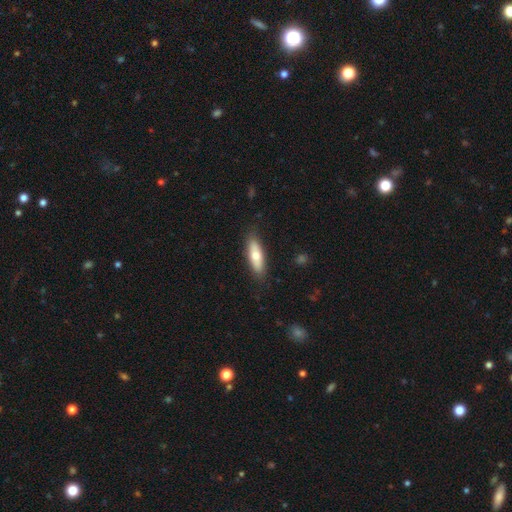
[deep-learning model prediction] The model was most divided on "how rounded" (2-way tie): cigar-shaped: 49%, in between: 49%, round: 2%. More confident: merging — none (85%); smooth or featured — smooth (70%).